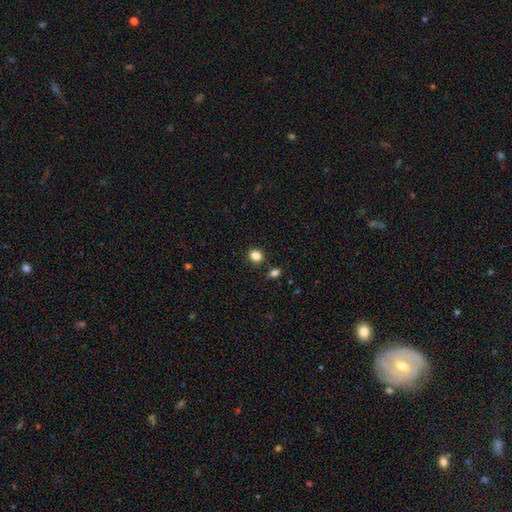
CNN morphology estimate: Q: Smooth or featured?
A: smooth (84%); runner-up: star or artifact (12%)
Q: How rounded?
A: round (70%); runner-up: in between (29%)
Q: Merging?
A: none (85%); runner-up: minor disturbance (8%)